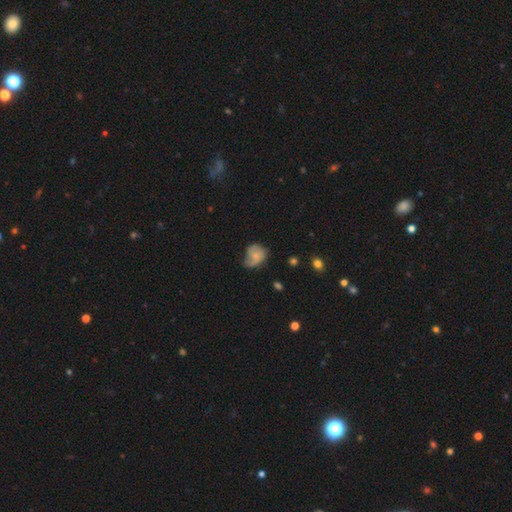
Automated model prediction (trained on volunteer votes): A smooth galaxy with no disk features (47%). Merging: minor disturbance (37%).